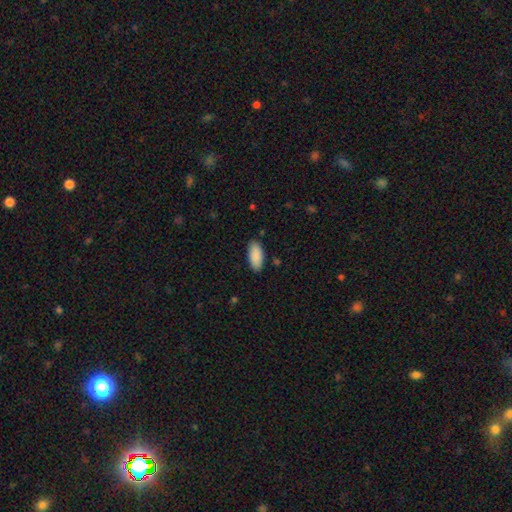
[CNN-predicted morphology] The model was most divided on "merging": none: 86%, minor disturbance: 10%, major disturbance: 2%, merger: 1%. More confident: smooth or featured — smooth (91%); how rounded — in between (89%).